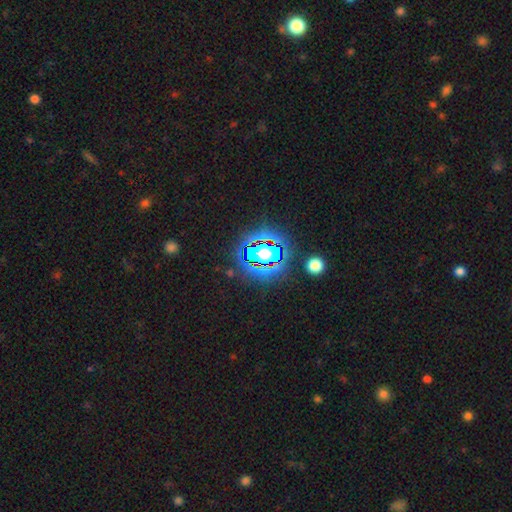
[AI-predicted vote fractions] Q: Smooth or featured?
A: star or artifact (72%); runner-up: smooth (17%)